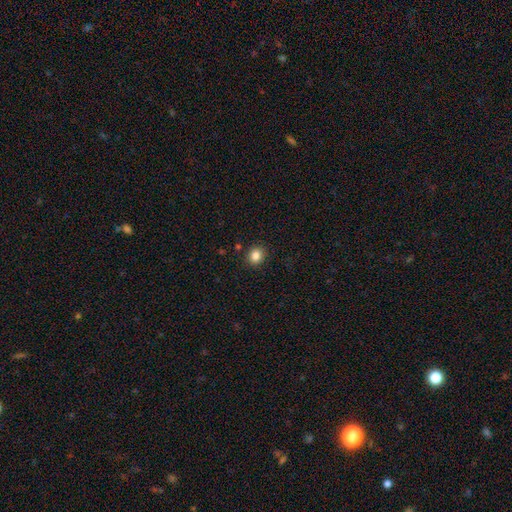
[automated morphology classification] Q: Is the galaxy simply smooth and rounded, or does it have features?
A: smooth — 84%.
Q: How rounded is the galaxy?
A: round — 79%.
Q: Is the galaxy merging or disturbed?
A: none — 89%.